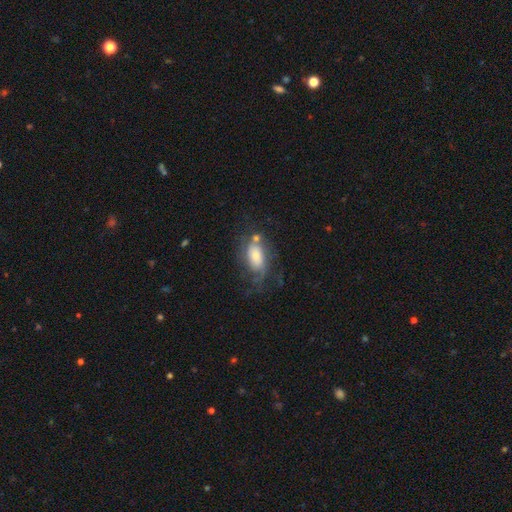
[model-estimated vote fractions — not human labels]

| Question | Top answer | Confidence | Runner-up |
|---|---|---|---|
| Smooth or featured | featured or disk | 49% | smooth (44%) |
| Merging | none | 45% | minor disturbance (25%) |